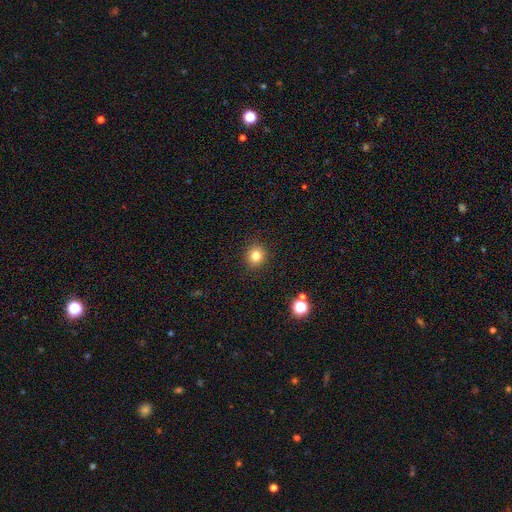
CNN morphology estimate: Q: Smooth or featured?
A: smooth (81%); runner-up: star or artifact (13%)
Q: How rounded?
A: round (89%); runner-up: in between (10%)
Q: Merging?
A: none (91%); runner-up: minor disturbance (6%)